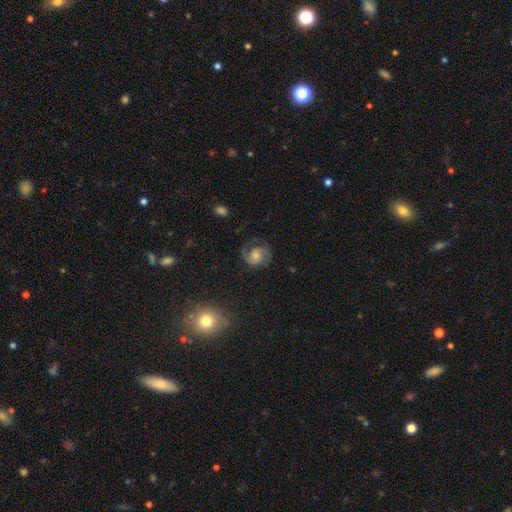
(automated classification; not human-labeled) This is likely a featured or disk galaxy (72%). It is clearly not viewed edge-on (98%). Bar: possibly no (55%). Spiral arm pattern: clearly yes (94%). Spiral arm count: clearly 2 (81%). Spiral winding: possibly medium (50%). Central bulge: marginally moderate (41%). Merging: likely none (69%).